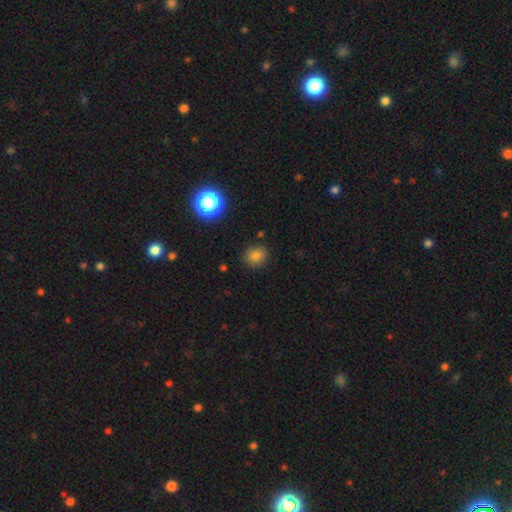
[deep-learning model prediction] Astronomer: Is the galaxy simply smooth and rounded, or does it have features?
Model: smooth — 78%.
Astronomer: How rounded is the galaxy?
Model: round — 79%.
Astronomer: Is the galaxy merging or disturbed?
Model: none — 87%.